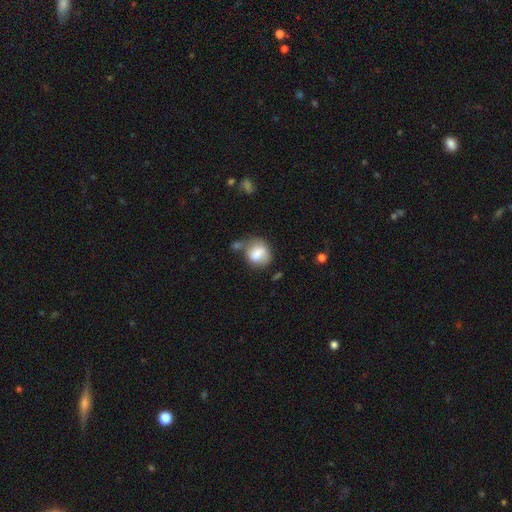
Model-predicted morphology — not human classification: The model was most divided on "merging": none: 39%, minor disturbance: 25%, merger: 22%, major disturbance: 14%. More confident: smooth or featured — smooth (71%); how rounded — round (65%).